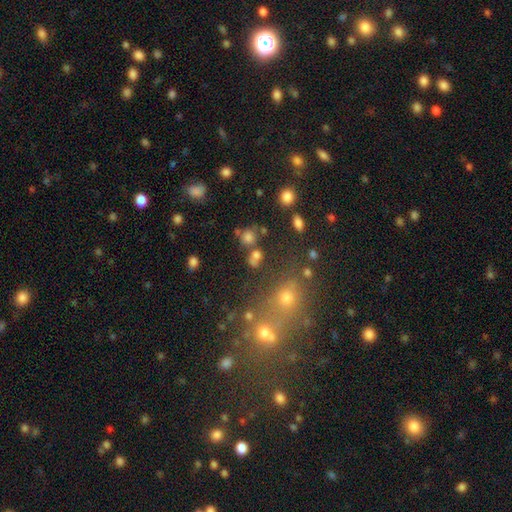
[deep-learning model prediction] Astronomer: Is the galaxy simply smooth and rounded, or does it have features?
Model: smooth — 71%.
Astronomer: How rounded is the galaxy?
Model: round — 76%.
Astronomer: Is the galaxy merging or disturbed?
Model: none — 59%.